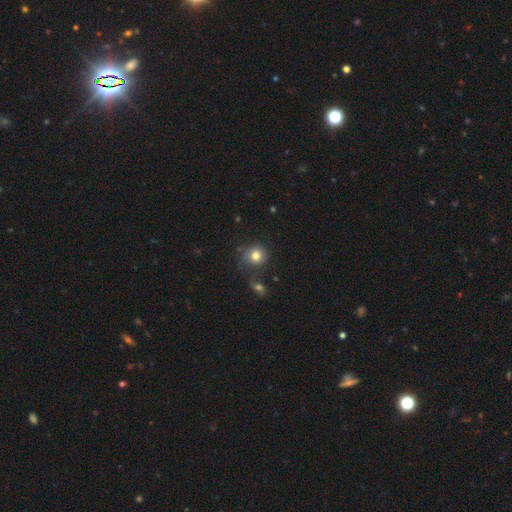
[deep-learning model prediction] Smooth or featured? smooth (76%)
How rounded? round (85%)
Merging? none (56%)